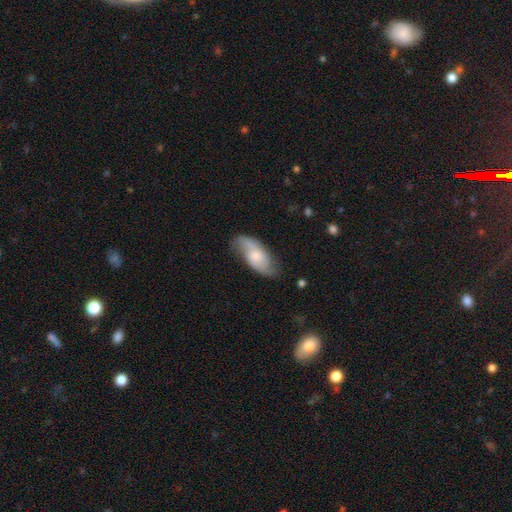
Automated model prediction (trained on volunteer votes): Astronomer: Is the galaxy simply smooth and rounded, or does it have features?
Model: featured or disk — 59%.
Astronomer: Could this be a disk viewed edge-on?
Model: no — 92%.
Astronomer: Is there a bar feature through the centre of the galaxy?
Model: no — 62%.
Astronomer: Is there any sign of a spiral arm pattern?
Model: yes — 90%.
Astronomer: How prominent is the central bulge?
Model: small — 43% (runner-up: moderate, 39%).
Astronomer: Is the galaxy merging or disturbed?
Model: none — 66%.